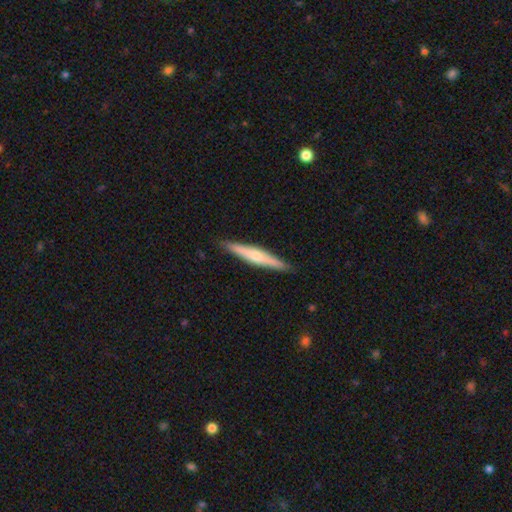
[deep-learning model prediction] A featured or disk galaxy (56%) viewed edge-on (96%) with a rounded central bulge (74%). Merging: none (90%).